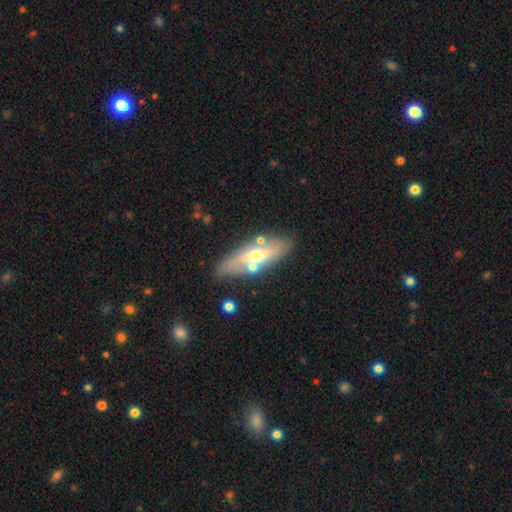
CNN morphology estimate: This appears to be a featured or disk galaxy (48%). Merging: none (72%).